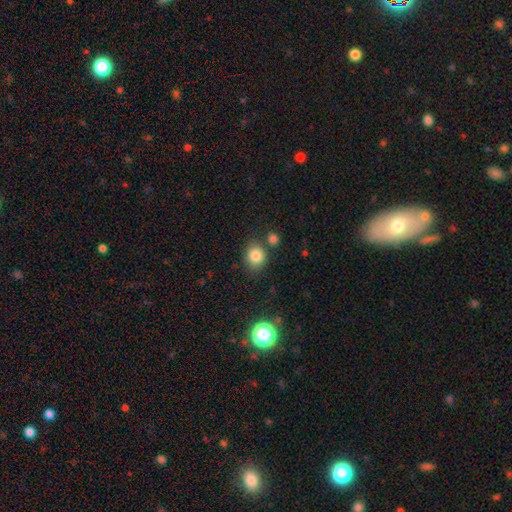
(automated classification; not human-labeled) Morphology: type=smooth (83%); roundness=round (65%); merging=none (73%).